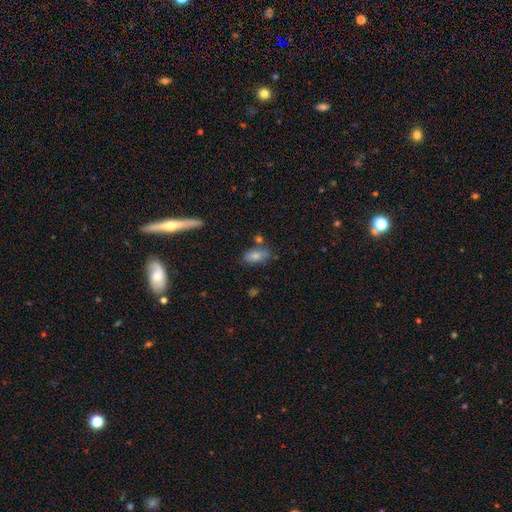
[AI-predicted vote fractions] smooth-or-featured: smooth: 77% | featured or disk: 15% | star or artifact: 8%
  how-rounded: in between: 85% | cigar-shaped: 10% | round: 4%
  merging: none: 70% | minor disturbance: 17% | merger: 9% | major disturbance: 4%